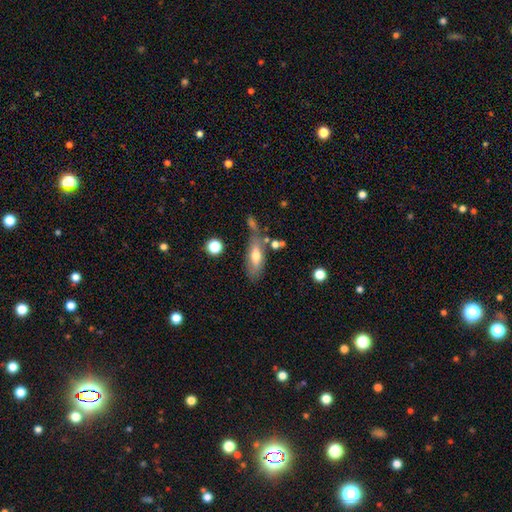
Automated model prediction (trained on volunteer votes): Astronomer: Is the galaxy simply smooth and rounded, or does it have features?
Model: smooth — 62%.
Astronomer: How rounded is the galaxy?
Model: in between — 68%.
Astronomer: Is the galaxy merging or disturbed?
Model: none — 56%.